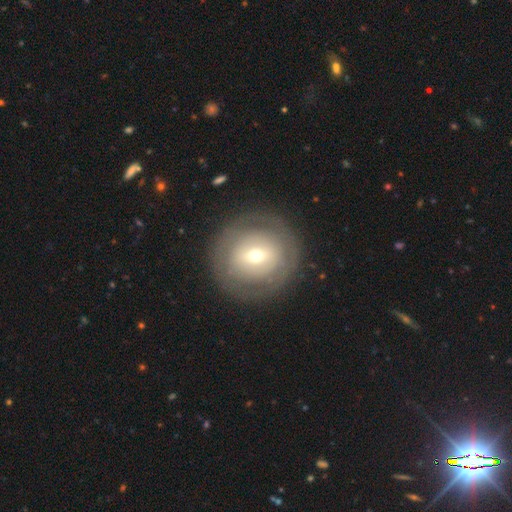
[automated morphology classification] This appears to be a featured or disk galaxy (50%). Merging: none (85%).